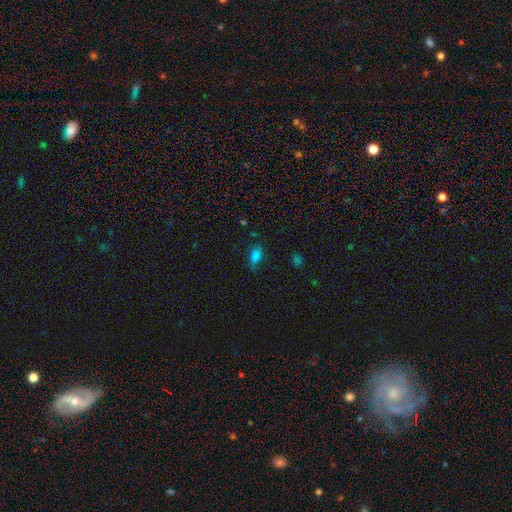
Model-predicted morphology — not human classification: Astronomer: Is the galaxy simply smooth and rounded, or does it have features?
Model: smooth — 77%.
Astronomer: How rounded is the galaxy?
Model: in between — 87%.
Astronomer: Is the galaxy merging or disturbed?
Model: none — 61%.